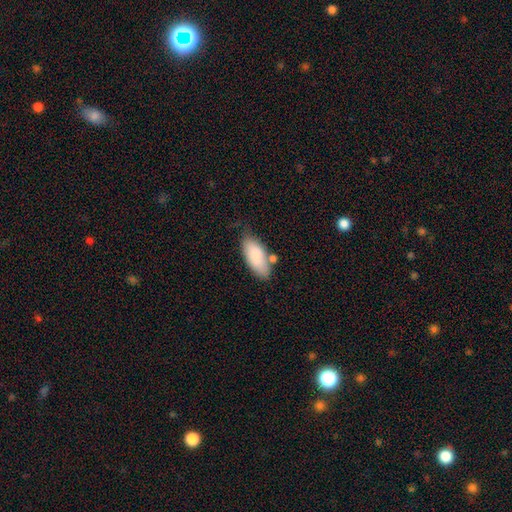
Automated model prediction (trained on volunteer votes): A smooth galaxy with no disk features (84%) that is in between round and cigar-shaped (86%).

Vote fractions:
- Smooth or featured? smooth: 84% / featured or disk: 9% / star or artifact: 6%
- How rounded? in between: 86% / cigar-shaped: 12% / round: 2%
- Merging? none: 60% / minor disturbance: 23% / merger: 12% / major disturbance: 6%